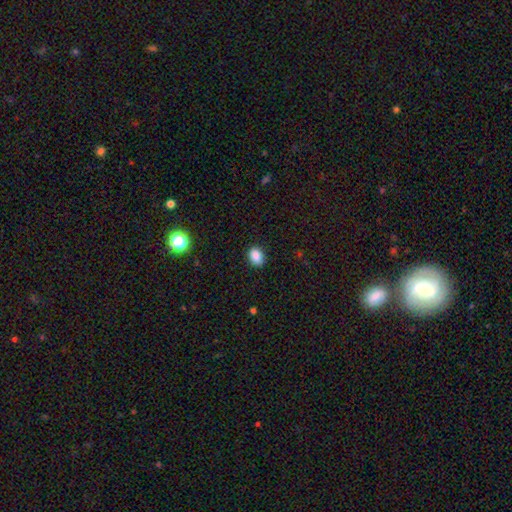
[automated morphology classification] smooth-or-featured: smooth: 87% | star or artifact: 9% | featured or disk: 4%
  how-rounded: in between: 68% | round: 31% | cigar-shaped: 1%
  merging: none: 87% | minor disturbance: 10% | major disturbance: 2% | merger: 1%